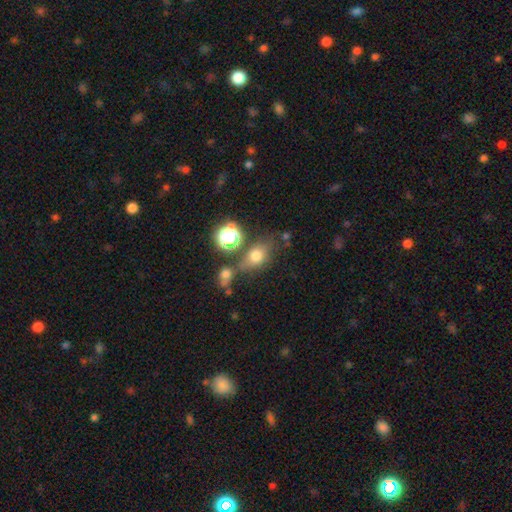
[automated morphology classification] type=smooth (67%); roundness=in between (63%); merging=none (55%).